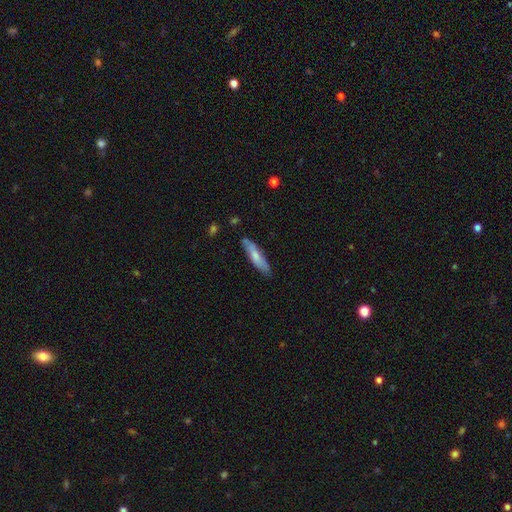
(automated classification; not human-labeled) This appears to be a smooth galaxy with no disk features (69%) that is cigar-shaped (77%). Merging: none (82%).